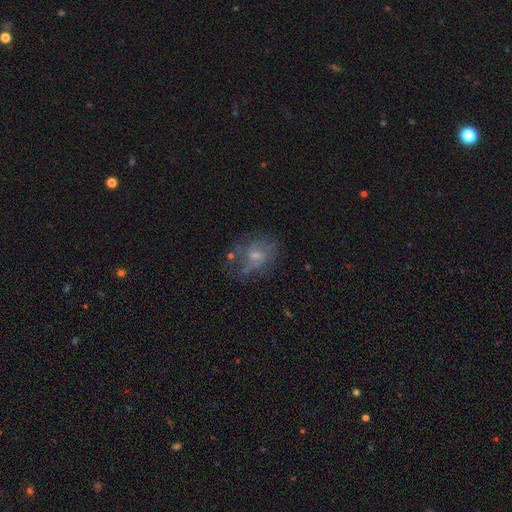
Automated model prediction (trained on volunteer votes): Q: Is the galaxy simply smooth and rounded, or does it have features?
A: featured or disk — 50%.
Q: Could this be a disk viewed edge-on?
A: no — 96%.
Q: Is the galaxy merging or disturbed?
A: none — 56%.